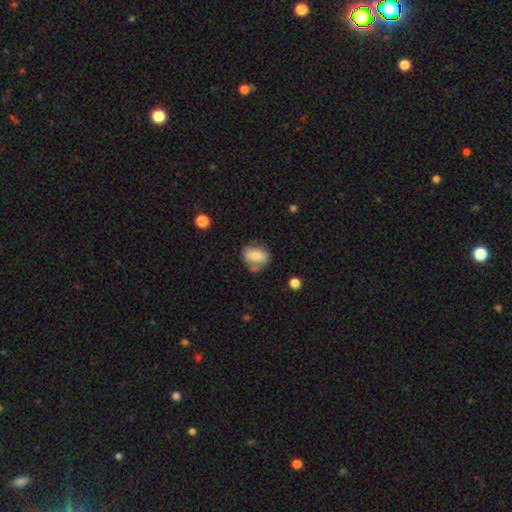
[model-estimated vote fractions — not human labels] This appears to be a smooth galaxy with no disk features (70%) that is in between round and cigar-shaped (64%). Merging: none (59%).